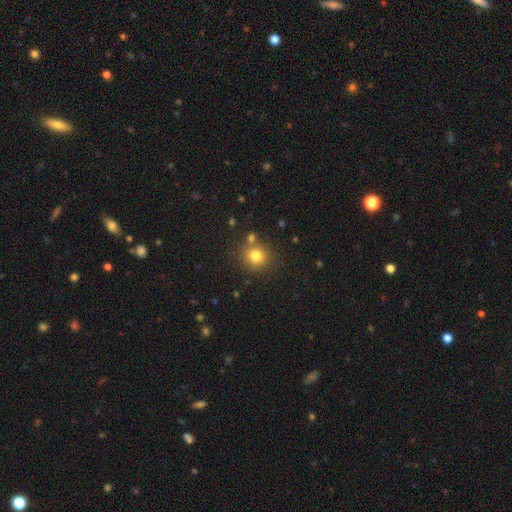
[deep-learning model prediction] Smooth or featured?
  - smooth: 79% *
  - star or artifact: 13%
  - featured or disk: 8%
How rounded?
  - round: 85% *
  - in between: 14%
  - cigar-shaped: 1%
Merging?
  - none: 77% *
  - minor disturbance: 10%
  - merger: 10%
  - major disturbance: 3%